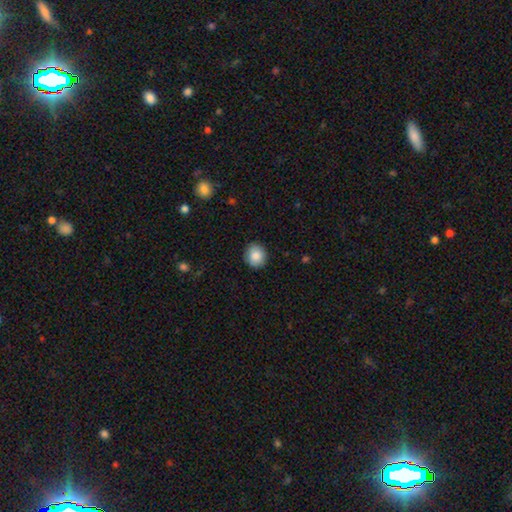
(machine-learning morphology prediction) Smooth or featured?
  - smooth: 86% *
  - star or artifact: 8%
  - featured or disk: 6%
How rounded?
  - round: 85% *
  - in between: 14%
  - cigar-shaped: 1%
Merging?
  - none: 89% *
  - minor disturbance: 8%
  - major disturbance: 2%
  - merger: 1%